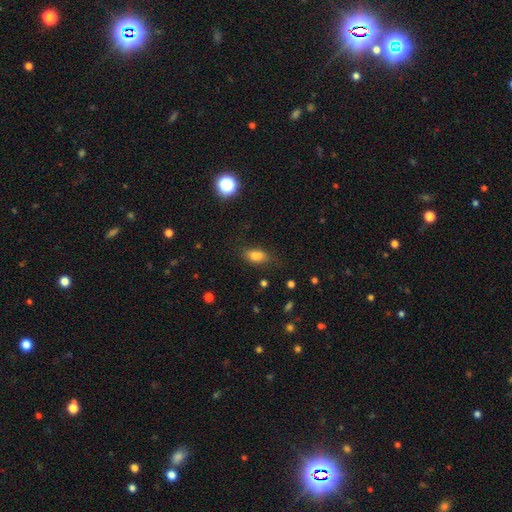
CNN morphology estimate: Smooth or featured? Predicted: smooth (p=0.79). How rounded? Predicted: in between (p=0.85). Merging? Predicted: none (p=0.67).